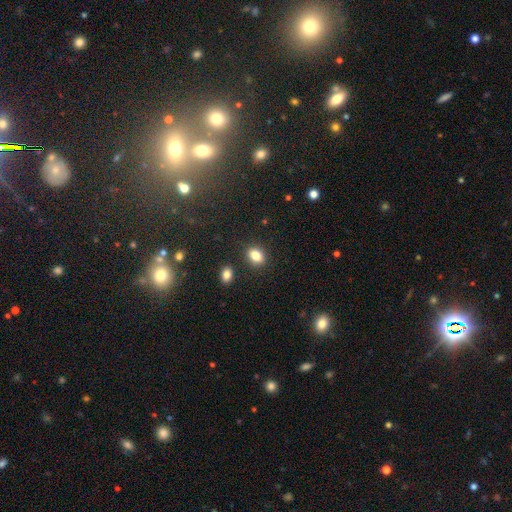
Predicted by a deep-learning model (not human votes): smooth 84%, star or artifact 10%, featured or disk 7%. Down the decision tree: how rounded — in between (68%); merging — none (84%).